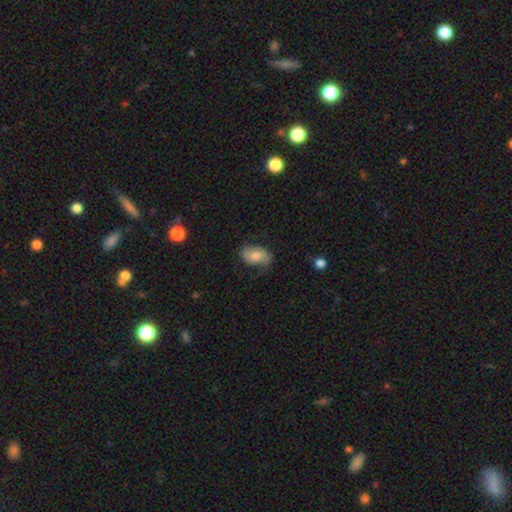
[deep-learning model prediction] A smooth galaxy with no disk features (52%) that is in between round and cigar-shaped (86%).

Vote fractions:
- Smooth or featured? smooth: 52% / featured or disk: 41% / star or artifact: 7%
- How rounded? in between: 86% / round: 13% / cigar-shaped: 2%
- Merging? none: 60% / minor disturbance: 26% / major disturbance: 12% / merger: 2%